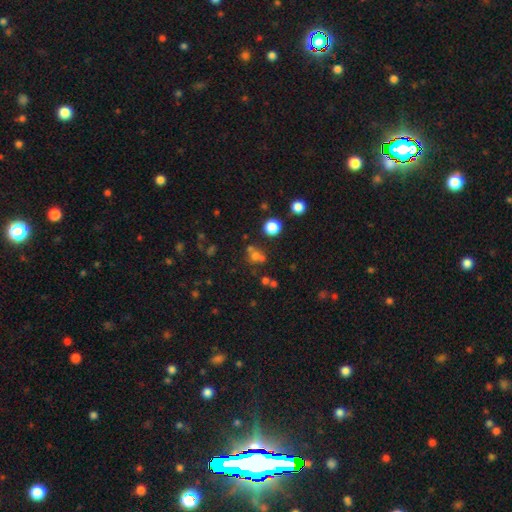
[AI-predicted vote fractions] smooth-or-featured: smooth: 61% | star or artifact: 25% | featured or disk: 14%
  how-rounded: round: 78% | in between: 21% | cigar-shaped: 1%
  merging: none: 50% | merger: 34% | minor disturbance: 10% | major disturbance: 6%